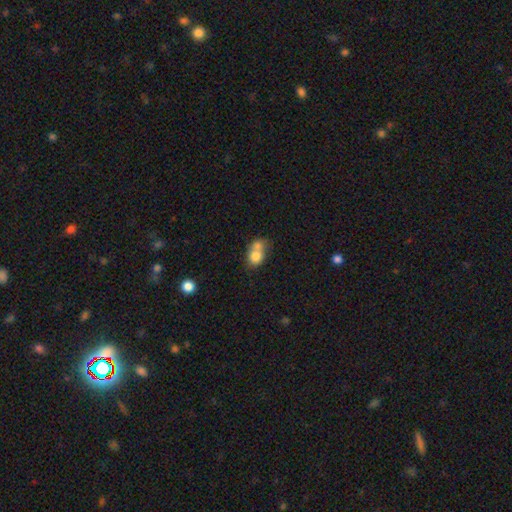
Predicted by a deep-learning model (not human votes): A smooth galaxy with no disk features (76%) that is round (53%). Merging: merger (60%).